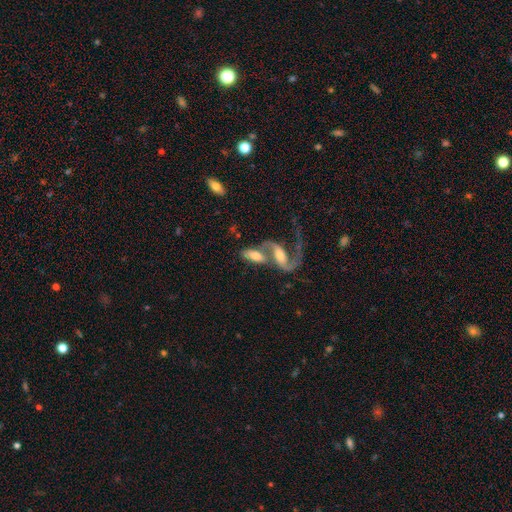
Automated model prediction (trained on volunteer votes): Morphology: type=featured or disk (56%); edge-on=no (84%); merging=merger (64%).